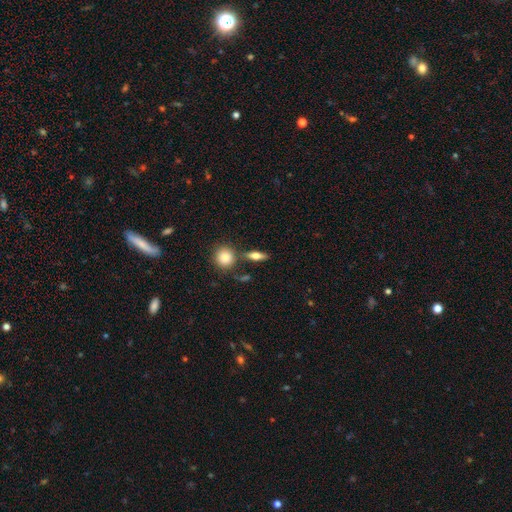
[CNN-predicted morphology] smooth 62%, featured or disk 29%, star or artifact 9%. Down the decision tree: how rounded — in between (55%); merging — none (75%).